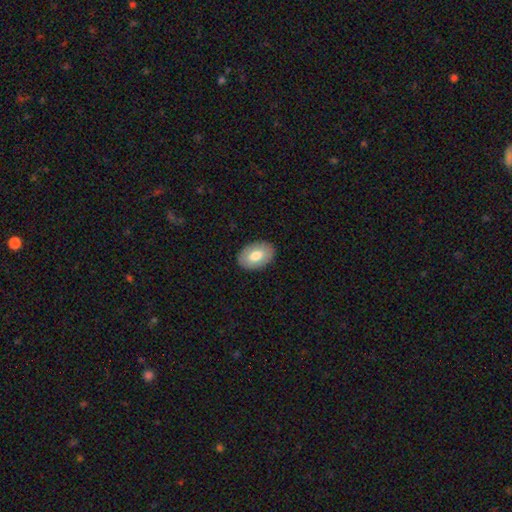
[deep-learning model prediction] This is likely a smooth galaxy (74%). How rounded: clearly in between (89%). Merging: clearly none (88%).